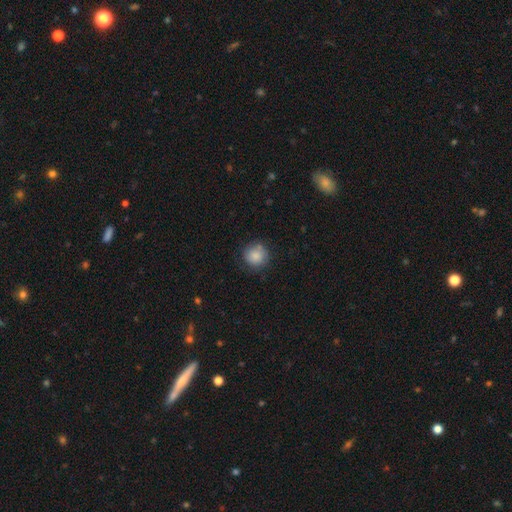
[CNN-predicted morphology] Q: Smooth or featured?
A: smooth (84%); runner-up: star or artifact (9%)
Q: How rounded?
A: round (92%); runner-up: in between (7%)
Q: Merging?
A: none (77%); runner-up: minor disturbance (15%)